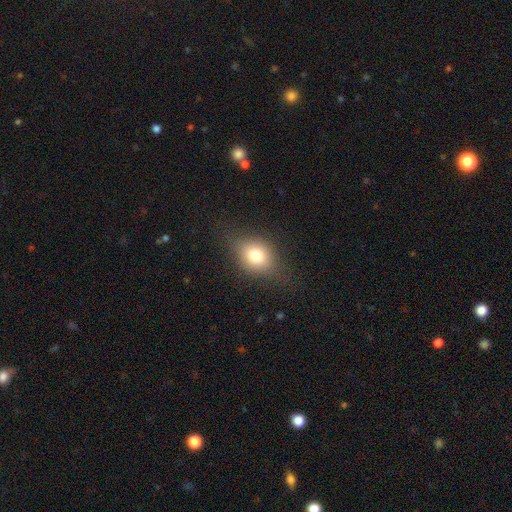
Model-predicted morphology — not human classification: smooth-or-featured: smooth: 75% | featured or disk: 13% | star or artifact: 12%
  how-rounded: in between: 50% | round: 48% | cigar-shaped: 2%
  merging: none: 75% | minor disturbance: 17% | major disturbance: 6% | merger: 1%